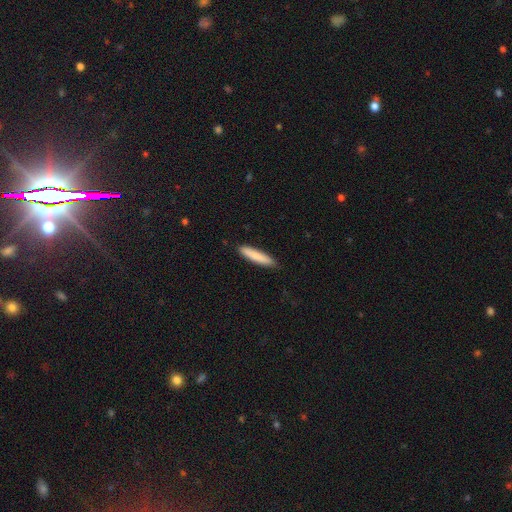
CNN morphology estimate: smooth-or-featured: smooth: 84% | featured or disk: 11% | star or artifact: 6%
  how-rounded: cigar-shaped: 88% | in between: 11% | round: 1%
  merging: none: 88% | minor disturbance: 9% | major disturbance: 2% | merger: 1%